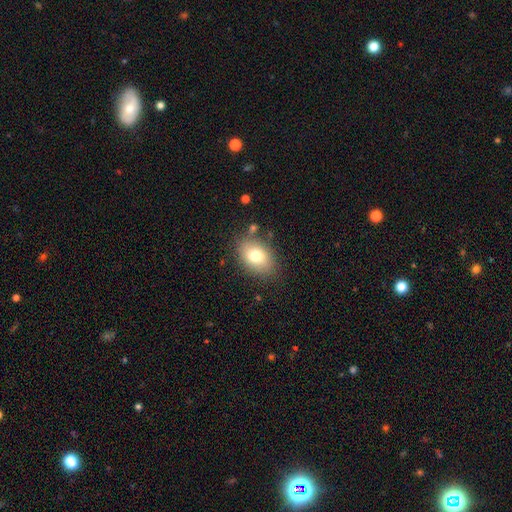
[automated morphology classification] Smooth or featured?
  - smooth: 76% *
  - featured or disk: 14%
  - star or artifact: 9%
How rounded?
  - in between: 79% *
  - round: 20%
  - cigar-shaped: 1%
Merging?
  - none: 79% *
  - minor disturbance: 13%
  - major disturbance: 4%
  - merger: 4%